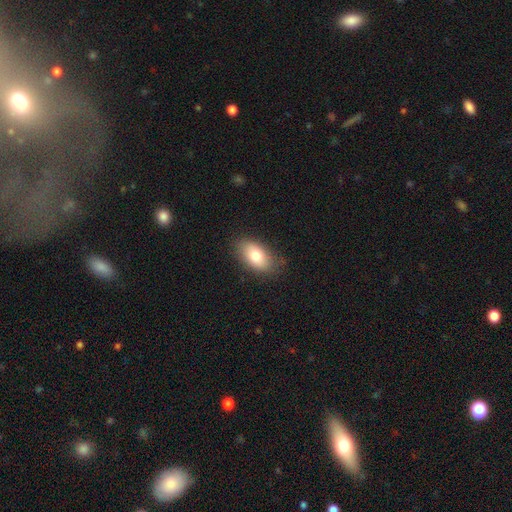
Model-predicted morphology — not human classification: A smooth galaxy with no disk features (78%) that is in between round and cigar-shaped (91%).

Vote fractions:
- Smooth or featured? smooth: 78% / featured or disk: 15% / star or artifact: 7%
- How rounded? in between: 91% / round: 6% / cigar-shaped: 2%
- Merging? none: 82% / minor disturbance: 13% / major disturbance: 3% / merger: 1%